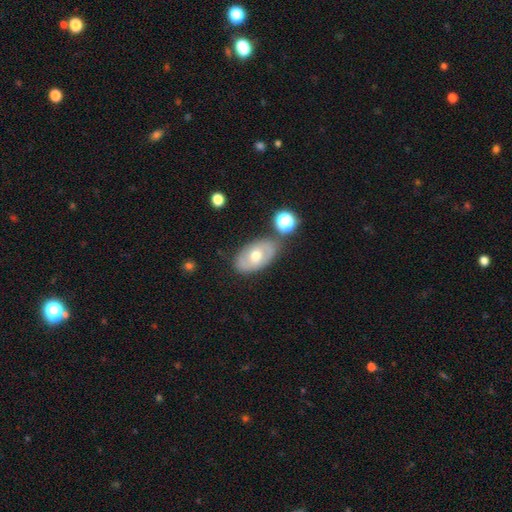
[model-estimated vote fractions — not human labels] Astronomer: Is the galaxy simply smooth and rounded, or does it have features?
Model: smooth — 49% (runner-up: featured or disk, 43%).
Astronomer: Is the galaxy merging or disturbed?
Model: none — 73%.